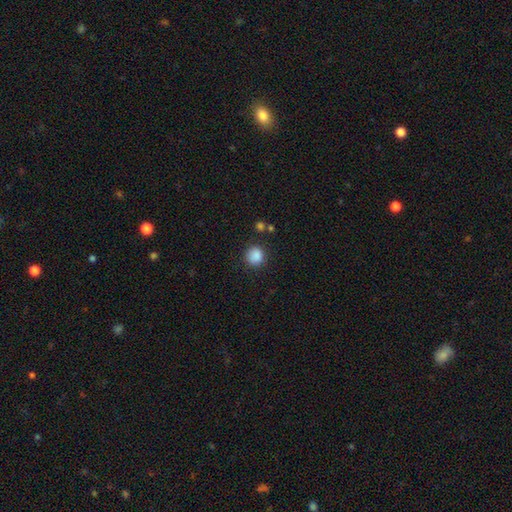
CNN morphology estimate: smooth 87%, star or artifact 10%, featured or disk 3%. Down the decision tree: how rounded — round (84%); merging — none (82%).